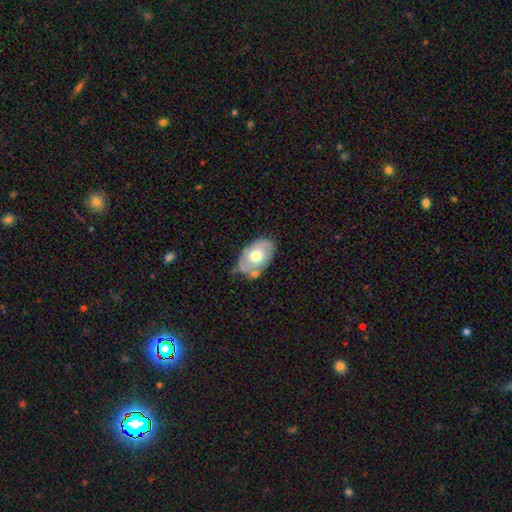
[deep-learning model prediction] The model was most divided on "smooth or featured": smooth: 49%, featured or disk: 45%, star or artifact: 6%. More confident: merging — none (53%).